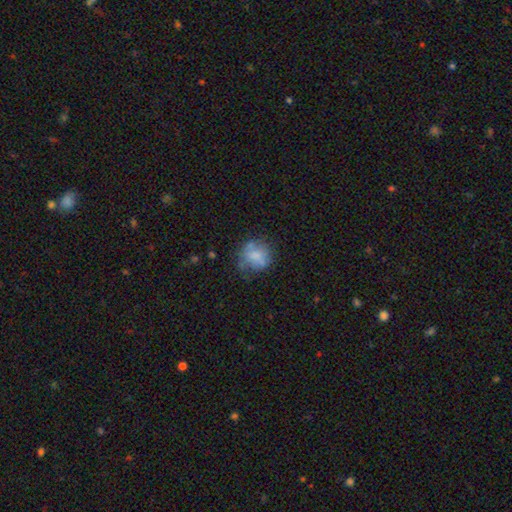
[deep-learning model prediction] This appears to be a smooth galaxy with no disk features (65%) that is round (73%). Merging: none (51%).